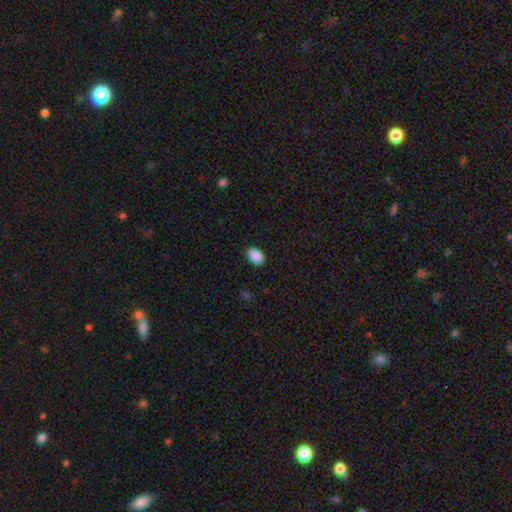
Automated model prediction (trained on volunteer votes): Smooth or featured? Predicted: smooth (p=0.90). How rounded? Predicted: in between (p=0.85). Merging? Predicted: none (p=0.89).